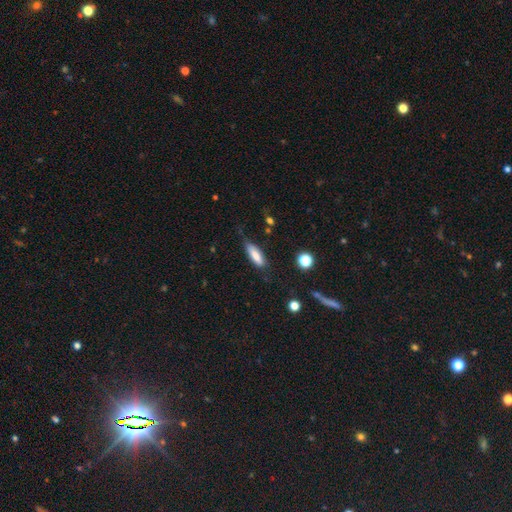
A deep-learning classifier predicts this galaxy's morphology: Smooth or featured? Predicted: smooth (p=0.77). How rounded? Predicted: in between (p=0.52). Merging? Predicted: none (p=0.67).